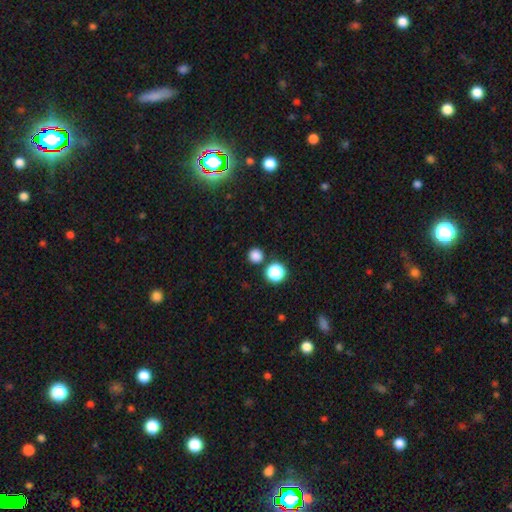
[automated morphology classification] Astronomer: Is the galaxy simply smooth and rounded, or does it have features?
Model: smooth — 81%.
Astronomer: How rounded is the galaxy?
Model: round — 94%.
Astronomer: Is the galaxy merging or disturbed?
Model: none — 86%.